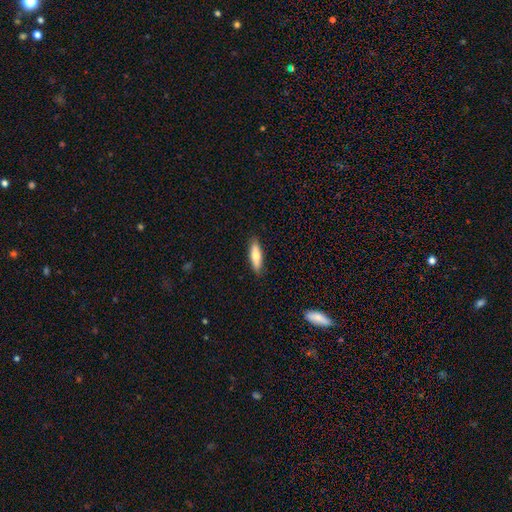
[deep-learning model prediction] smooth 71%, featured or disk 24%, star or artifact 6%. Down the decision tree: how rounded — cigar-shaped (54%); merging — none (89%).